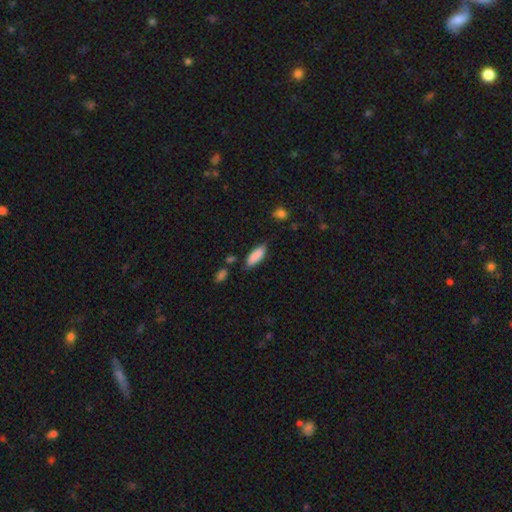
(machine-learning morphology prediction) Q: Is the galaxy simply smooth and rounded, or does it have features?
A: smooth — 87%.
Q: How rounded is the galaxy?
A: in between — 73%.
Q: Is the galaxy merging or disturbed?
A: none — 75%.